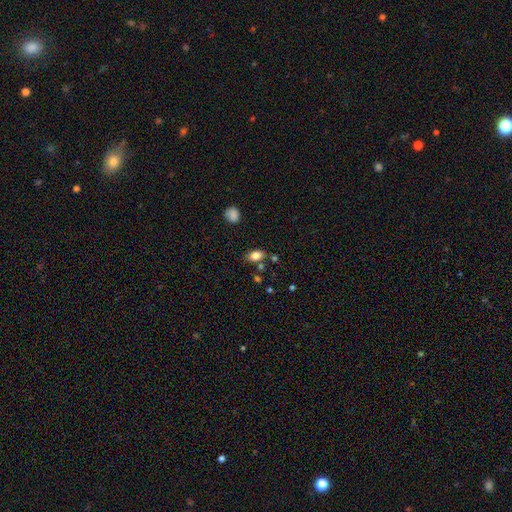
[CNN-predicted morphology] This is clearly a smooth galaxy (82%). How rounded: clearly in between (85%). Merging: likely none (73%).